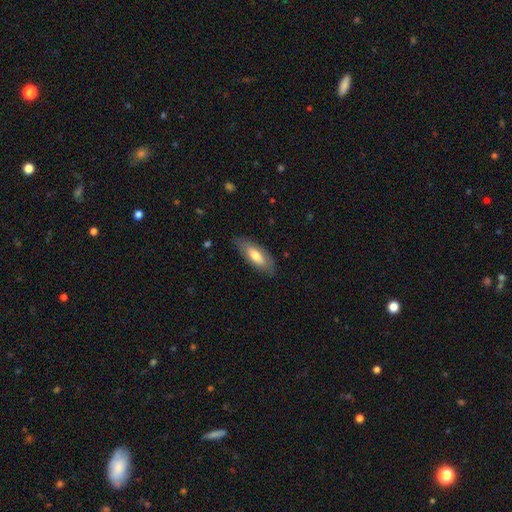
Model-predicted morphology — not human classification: smooth 66%, featured or disk 29%, star or artifact 6%. Down the decision tree: how rounded — in between (75%); merging — none (81%).